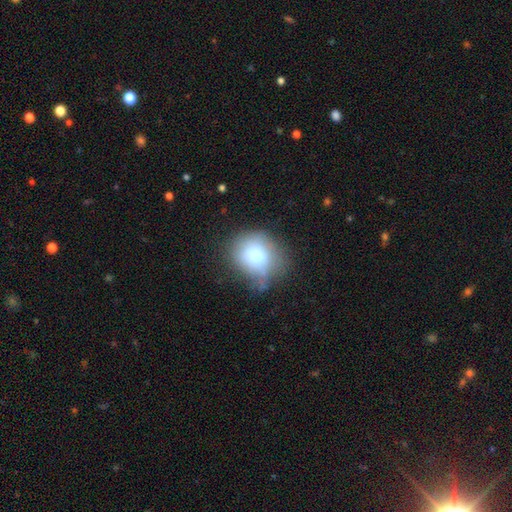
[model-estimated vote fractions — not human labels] smooth-or-featured: smooth: 75% | featured or disk: 16% | star or artifact: 10%
  how-rounded: round: 75% | in between: 24% | cigar-shaped: 1%
  merging: none: 48% | minor disturbance: 32% | major disturbance: 15% | merger: 5%